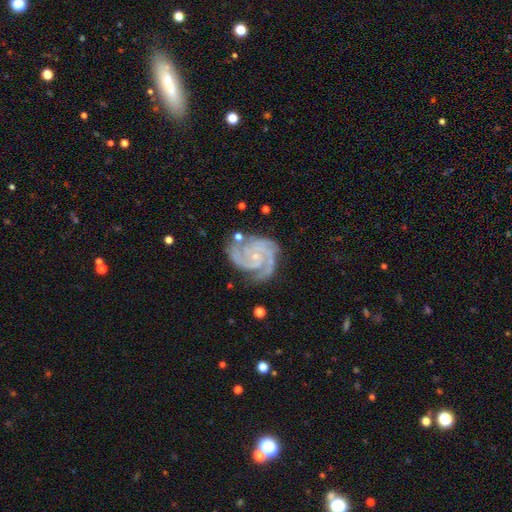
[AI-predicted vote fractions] A featured or disk galaxy (92%) with no bar (71%), 3 (55%) tight (60%) spiral arms (99%) and a small central bulge (82%).

Vote fractions:
- Smooth or featured? featured or disk: 92% / star or artifact: 4% / smooth: 3%
- Edge-on disk? no: 98% / yes: 2%
- Bar? no: 71% / weak: 22% / strong: 7%
- Spiral arms? yes: 99% / no: 1%
- Spiral winding? tight: 60% / medium: 36% / loose: 4%
- Spiral arm count? 3: 55% / 2: 20% / 4: 11% / can't tell: 6% / more than 4: 4% / 1: 4%
- Bulge size? small: 82% / moderate: 12% / none: 4% / large: 1% / dominant: 1%
- Merging? none: 69% / minor disturbance: 20% / major disturbance: 7% / merger: 3%